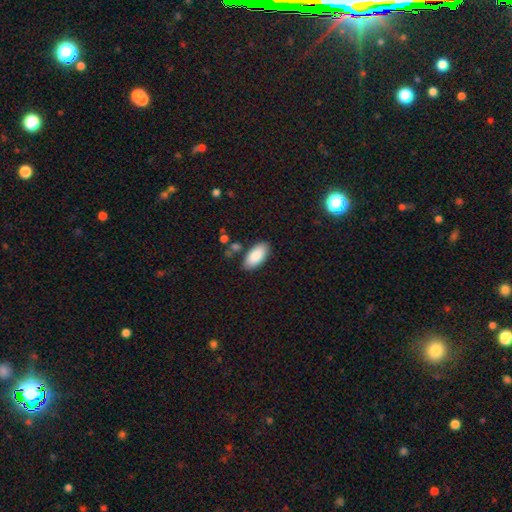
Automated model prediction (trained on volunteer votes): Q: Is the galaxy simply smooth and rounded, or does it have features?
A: smooth — 88%.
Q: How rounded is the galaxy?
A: in between — 92%.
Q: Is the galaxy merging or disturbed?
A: none — 82%.